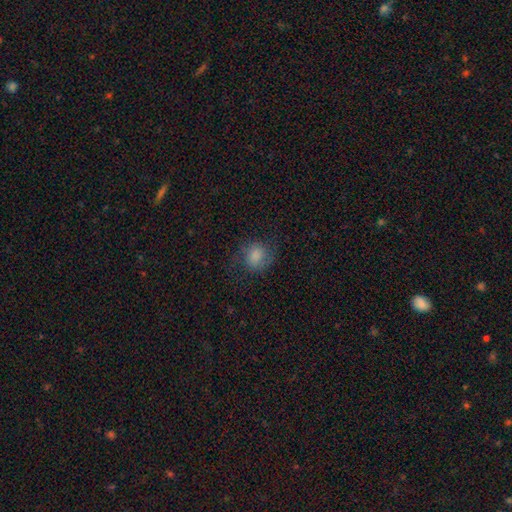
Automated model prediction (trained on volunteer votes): Smooth or featured?
  - smooth: 68% *
  - featured or disk: 21%
  - star or artifact: 11%
How rounded?
  - round: 68% *
  - in between: 31%
  - cigar-shaped: 1%
Merging?
  - none: 66% *
  - minor disturbance: 20%
  - major disturbance: 13%
  - merger: 1%